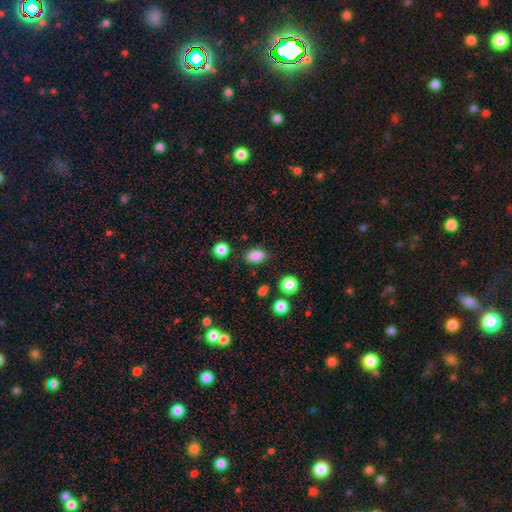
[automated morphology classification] smooth 85%, star or artifact 11%, featured or disk 4%. Down the decision tree: how rounded — in between (82%); merging — none (83%).